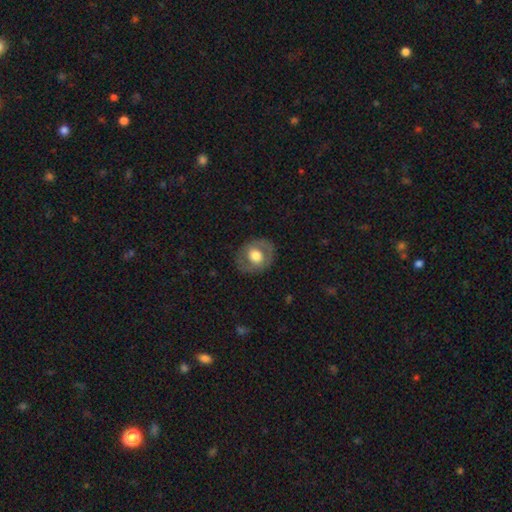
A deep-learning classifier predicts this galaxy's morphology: A smooth galaxy with no disk features (51%) that is round (68%).

Vote fractions:
- Smooth or featured? smooth: 51% / featured or disk: 42% / star or artifact: 7%
- How rounded? round: 68% / in between: 31% / cigar-shaped: 1%
- Merging? none: 80% / minor disturbance: 13% / major disturbance: 6% / merger: 1%